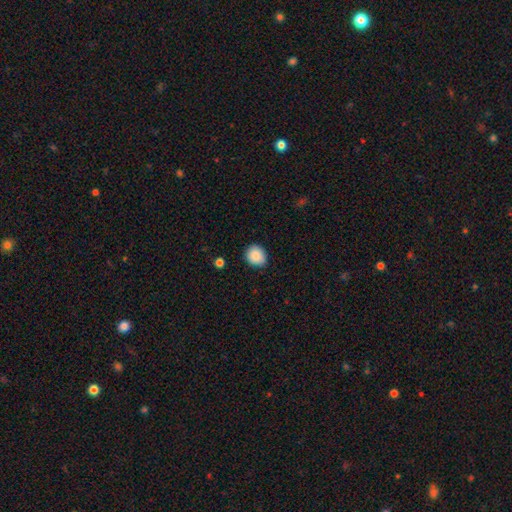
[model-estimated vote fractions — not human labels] A smooth galaxy with no disk features (88%) that is round (76%).

Vote fractions:
- Smooth or featured? smooth: 88% / star or artifact: 8% / featured or disk: 4%
- How rounded? round: 76% / in between: 23% / cigar-shaped: 1%
- Merging? none: 85% / minor disturbance: 11% / major disturbance: 2% / merger: 1%